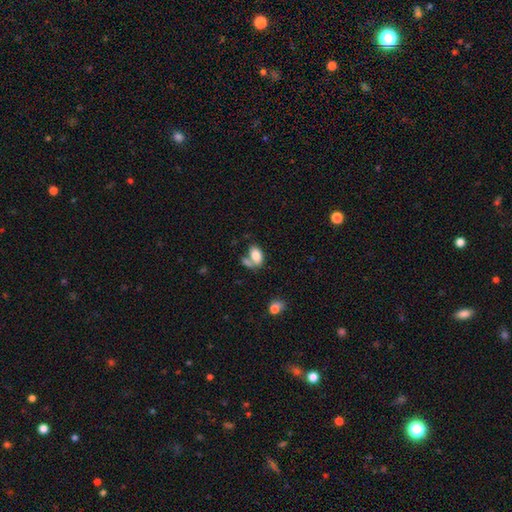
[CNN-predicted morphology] type=smooth (81%); roundness=in between (91%); merging=none (41%).